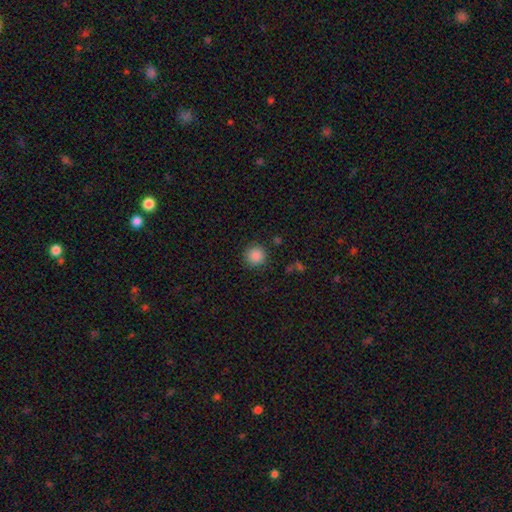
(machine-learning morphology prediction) A smooth galaxy with no disk features (87%) that is round (94%). Merging: none (88%).